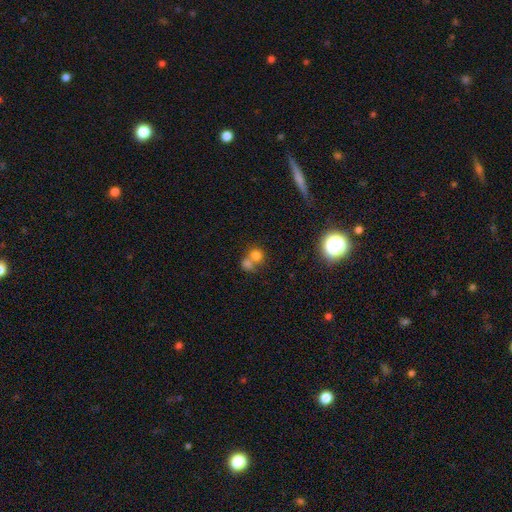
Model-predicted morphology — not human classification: Smooth or featured: smooth — 74% (star or artifact — 14%)
How rounded: round — 80% (in between — 19%)
Merging: merger — 56% (none — 35%)